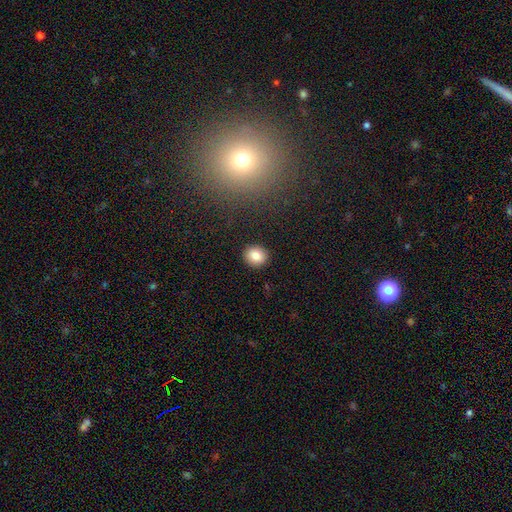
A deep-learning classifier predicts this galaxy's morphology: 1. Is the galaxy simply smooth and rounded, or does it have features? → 84% smooth, 10% star or artifact, 7% featured or disk.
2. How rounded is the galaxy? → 78% round, 21% in between, 1% cigar-shaped.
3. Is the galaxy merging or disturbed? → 91% none, 6% minor disturbance, 2% major disturbance, 1% merger.